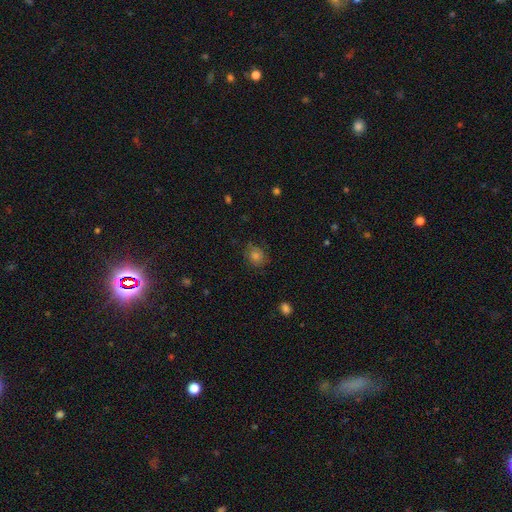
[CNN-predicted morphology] The model was most divided on "smooth or featured": smooth: 57%, star or artifact: 24%, featured or disk: 19%. More confident: merging — none (76%); how rounded — round (70%).